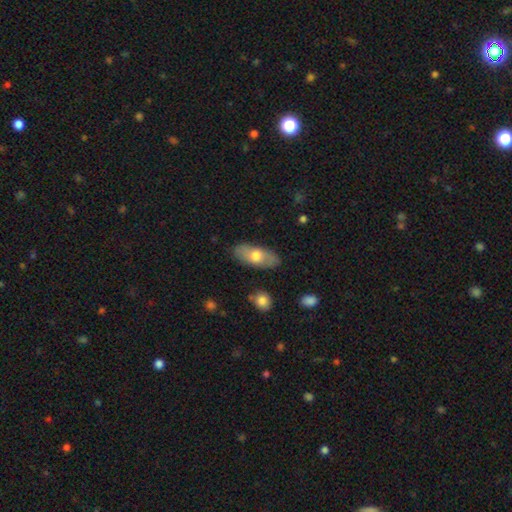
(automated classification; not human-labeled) smooth-or-featured: smooth: 64% | featured or disk: 31% | star or artifact: 6%
  how-rounded: in between: 84% | cigar-shaped: 12% | round: 3%
  merging: none: 84% | minor disturbance: 12% | major disturbance: 2% | merger: 2%